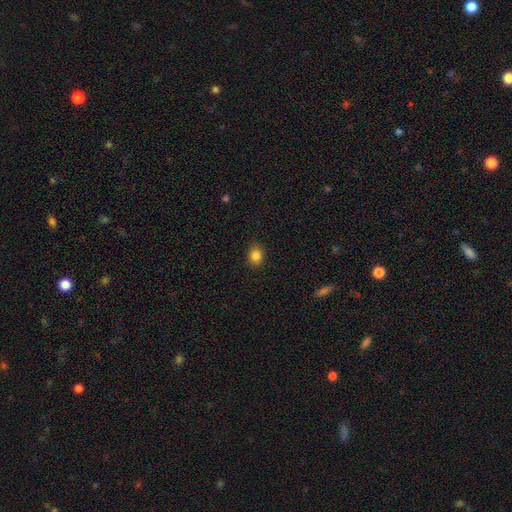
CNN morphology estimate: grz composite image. It shows a smooth galaxy with no disk features (85%) that is round (52%). Merging: none (87%).